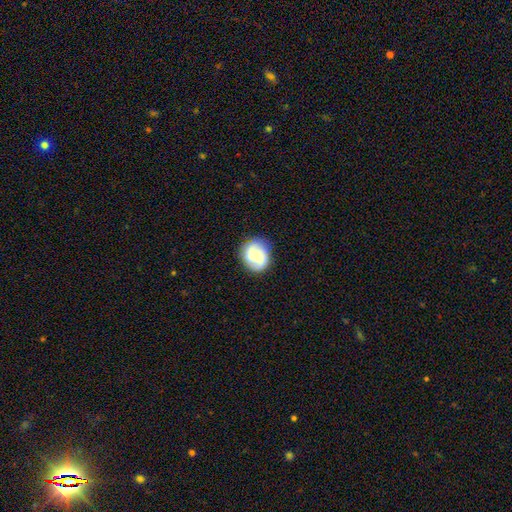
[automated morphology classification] Q: Smooth or featured?
A: smooth (52%); runner-up: featured or disk (40%)
Q: How rounded?
A: round (75%); runner-up: in between (24%)
Q: Merging?
A: none (80%); runner-up: minor disturbance (14%)